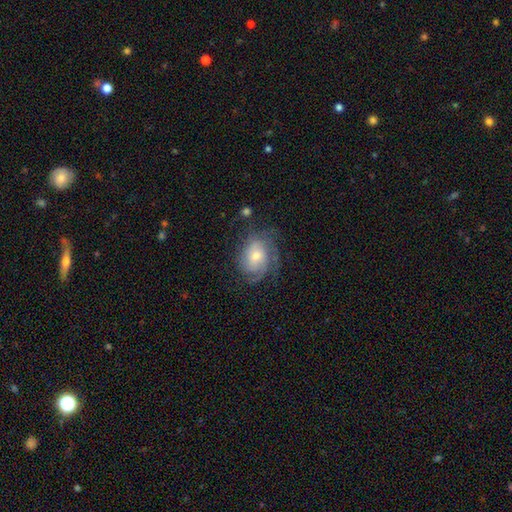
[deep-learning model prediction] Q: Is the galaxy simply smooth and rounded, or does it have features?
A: featured or disk — 69%.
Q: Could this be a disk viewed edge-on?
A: no — 96%.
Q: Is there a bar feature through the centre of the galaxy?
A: no — 68%.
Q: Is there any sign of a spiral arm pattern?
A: yes — 89%.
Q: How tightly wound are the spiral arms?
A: tight — 54%.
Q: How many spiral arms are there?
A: can't tell — 43%.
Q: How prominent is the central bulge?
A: moderate — 52%.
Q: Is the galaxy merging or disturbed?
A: none — 64%.